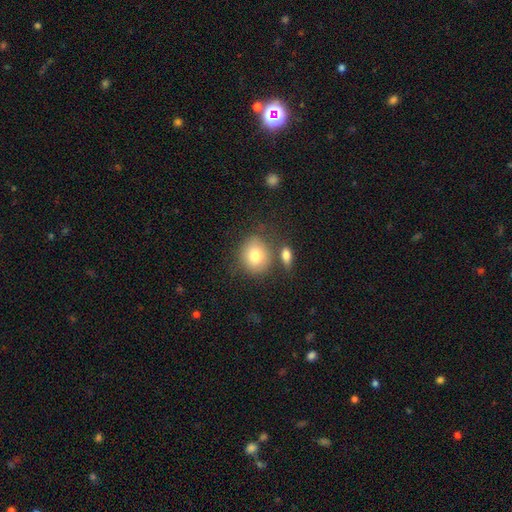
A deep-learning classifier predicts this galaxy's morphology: A smooth galaxy with no disk features (79%) that is round (71%).

Vote fractions:
- Smooth or featured? smooth: 79% / featured or disk: 13% / star or artifact: 8%
- How rounded? round: 71% / in between: 28% / cigar-shaped: 1%
- Merging? none: 67% / merger: 14% / minor disturbance: 13% / major disturbance: 5%